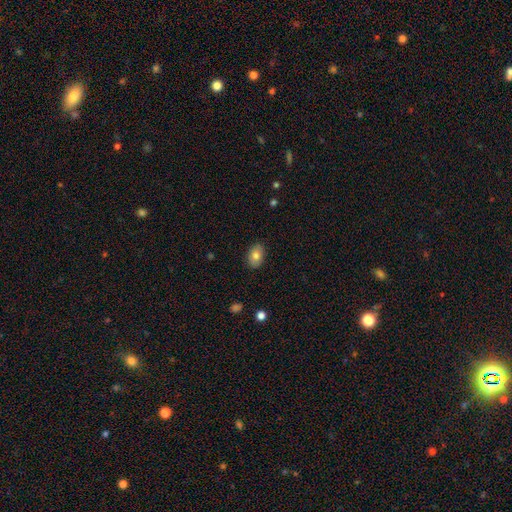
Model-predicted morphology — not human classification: Q: Smooth or featured?
A: smooth (80%); runner-up: featured or disk (12%)
Q: How rounded?
A: in between (85%); runner-up: round (14%)
Q: Merging?
A: none (88%); runner-up: minor disturbance (9%)